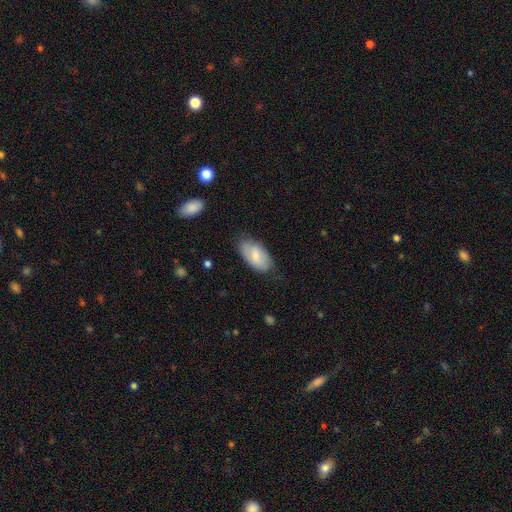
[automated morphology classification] This is likely a smooth galaxy (74%). How rounded: clearly in between (94%). Merging: likely none (72%).